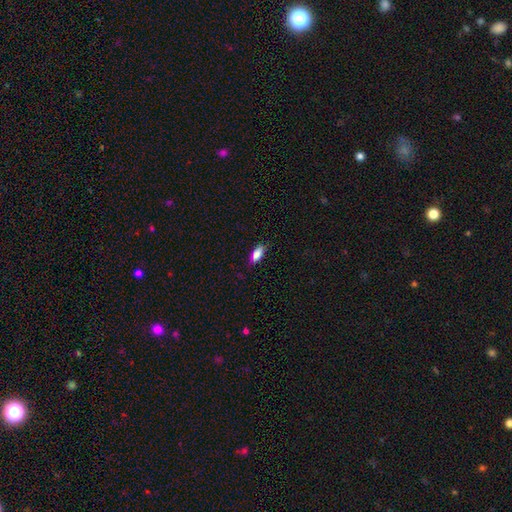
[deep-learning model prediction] This appears to be a smooth galaxy with no disk features (82%) that is in between round and cigar-shaped (81%). Merging: none (80%).